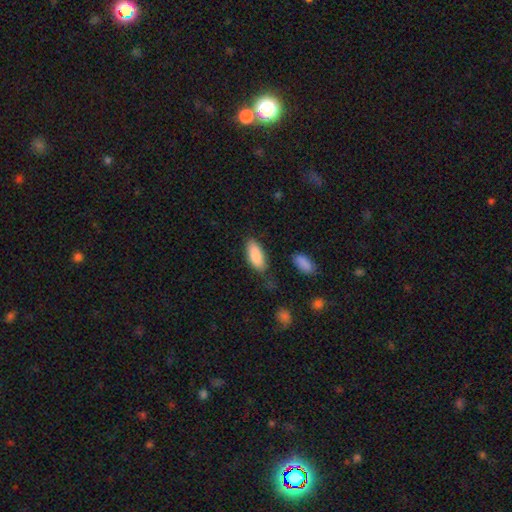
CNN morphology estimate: Smooth or featured? Predicted: smooth (p=0.86). How rounded? Predicted: in between (p=0.86). Merging? Predicted: none (p=0.73).